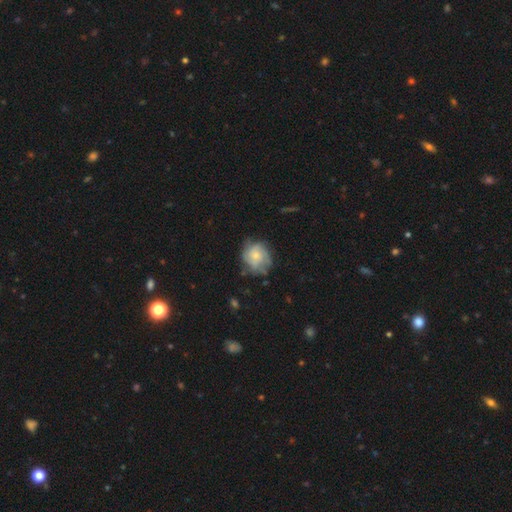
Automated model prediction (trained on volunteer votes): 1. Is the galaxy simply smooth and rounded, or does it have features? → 54% featured or disk, 38% smooth, 8% star or artifact.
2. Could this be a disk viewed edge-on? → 98% no, 2% yes.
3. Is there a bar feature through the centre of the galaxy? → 82% no, 16% weak, 2% strong.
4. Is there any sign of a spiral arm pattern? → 79% yes, 21% no.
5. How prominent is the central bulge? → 59% small, 32% moderate, 5% none, 3% large, 1% dominant.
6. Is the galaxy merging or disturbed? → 63% none, 24% minor disturbance, 11% major disturbance, 2% merger.